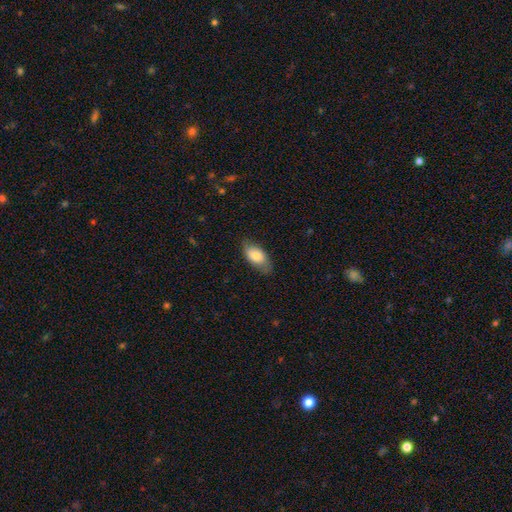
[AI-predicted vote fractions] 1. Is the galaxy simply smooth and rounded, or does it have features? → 77% smooth, 17% featured or disk, 6% star or artifact.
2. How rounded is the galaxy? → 91% in between, 5% cigar-shaped, 4% round.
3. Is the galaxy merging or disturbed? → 73% none, 21% minor disturbance, 5% major disturbance, 1% merger.